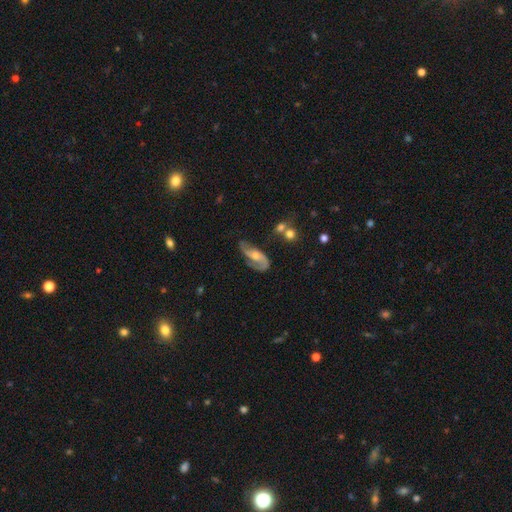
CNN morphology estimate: Smooth or featured? Predicted: featured or disk (p=0.81). Edge-on disk? Predicted: no (p=0.94). Bar? Predicted: no (p=0.52). Spiral arms? Predicted: yes (p=0.94). Spiral winding? Predicted: loose (p=0.43). Spiral arm count? Predicted: 2 (p=0.80). Bulge size? Predicted: moderate (p=0.54). Merging? Predicted: none (p=0.56).